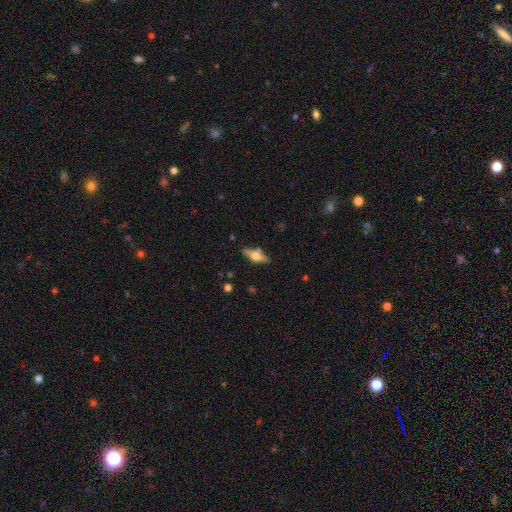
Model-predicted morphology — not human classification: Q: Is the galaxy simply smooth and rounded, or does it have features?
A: featured or disk — 56%.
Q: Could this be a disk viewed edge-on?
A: yes — 91%.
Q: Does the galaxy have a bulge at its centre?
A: rounded — 94%.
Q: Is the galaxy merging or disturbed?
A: none — 79%.